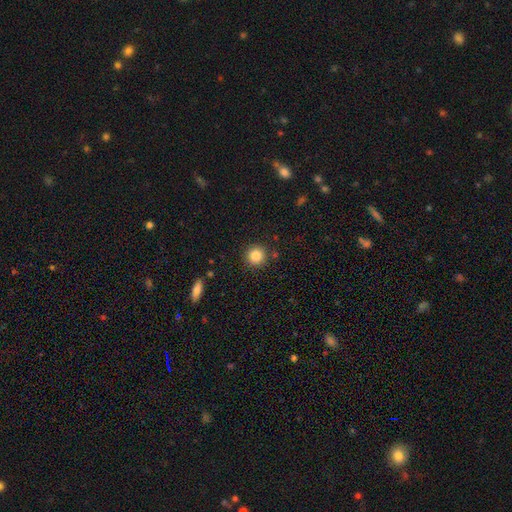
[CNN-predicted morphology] Overall: smooth (85%). How rounded: round (94%). Merging: none (89%).